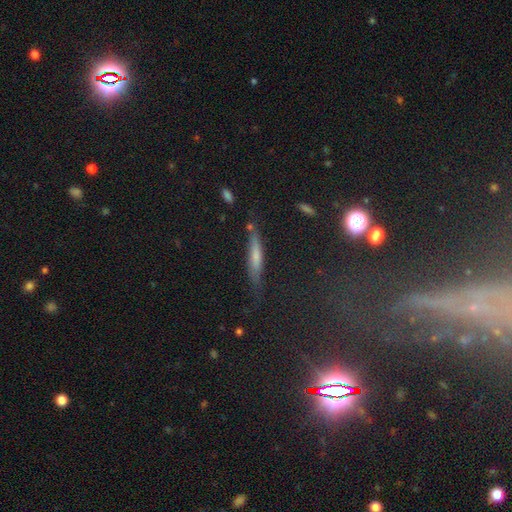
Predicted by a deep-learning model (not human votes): Smooth or featured? Predicted: smooth (p=0.64). How rounded? Predicted: cigar-shaped (p=0.86). Merging? Predicted: none (p=0.64).